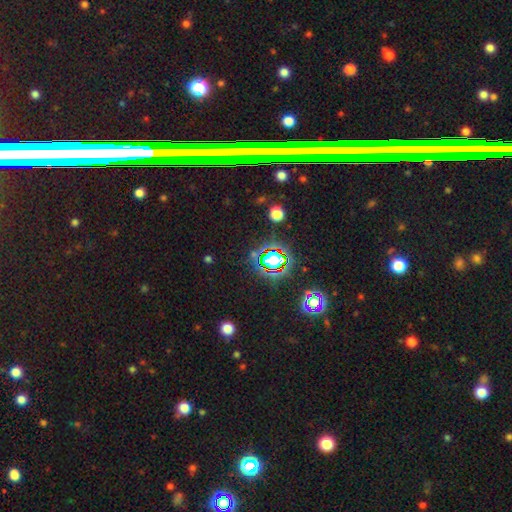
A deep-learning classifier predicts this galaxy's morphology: Q: Smooth or featured?
A: star or artifact (73%); runner-up: smooth (17%)